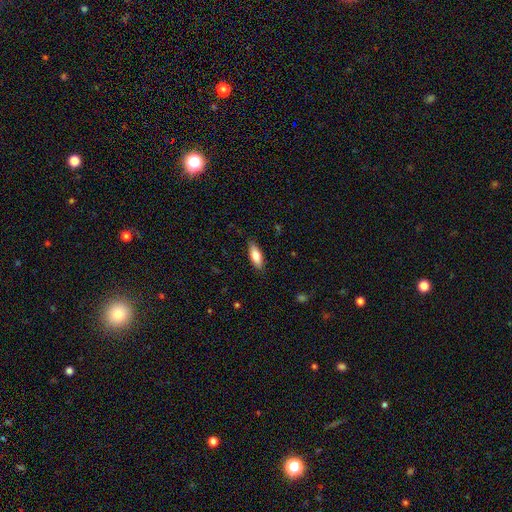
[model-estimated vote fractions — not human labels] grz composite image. It shows a smooth galaxy with no disk features (76%) that is in between round and cigar-shaped (70%). Merging: none (84%).